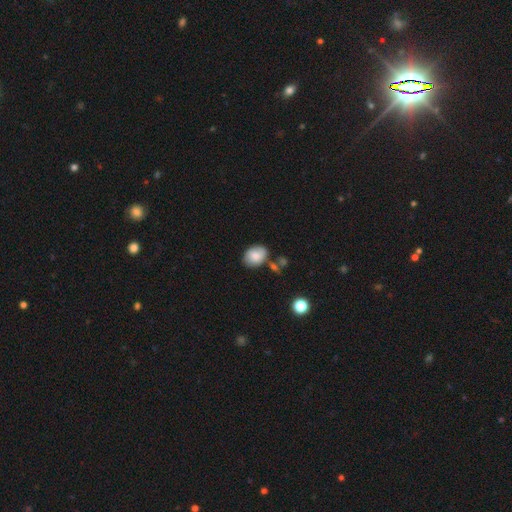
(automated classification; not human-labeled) smooth-or-featured: smooth: 77% | featured or disk: 15% | star or artifact: 8%
  how-rounded: in between: 68% | round: 31% | cigar-shaped: 1%
  merging: none: 66% | minor disturbance: 19% | merger: 10% | major disturbance: 5%